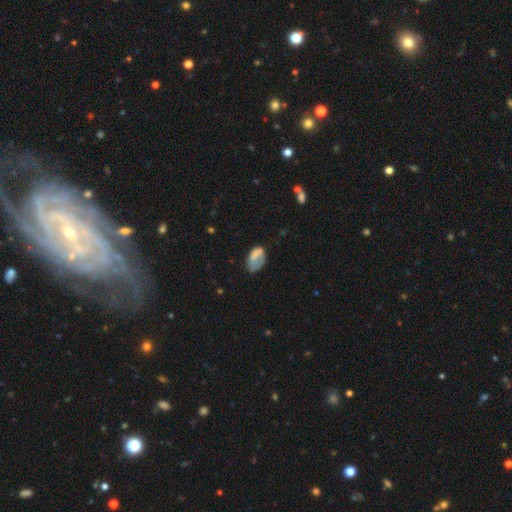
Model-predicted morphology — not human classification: Smooth or featured? smooth (68%)
How rounded? in between (89%)
Merging? none (40%)